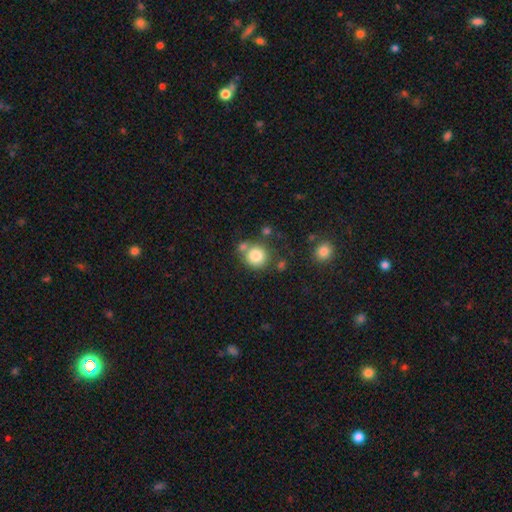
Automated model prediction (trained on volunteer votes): The model was most divided on "merging": none: 66%, merger: 18%, minor disturbance: 11%, major disturbance: 4%. More confident: how rounded — round (90%); smooth or featured — smooth (83%).